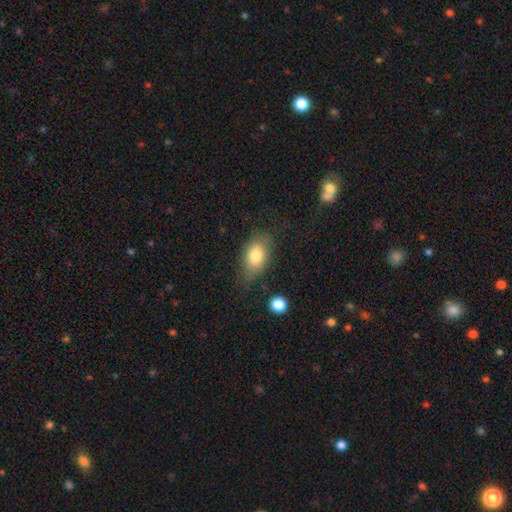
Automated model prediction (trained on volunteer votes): Smooth or featured? smooth (79%)
How rounded? in between (86%)
Merging? none (71%)